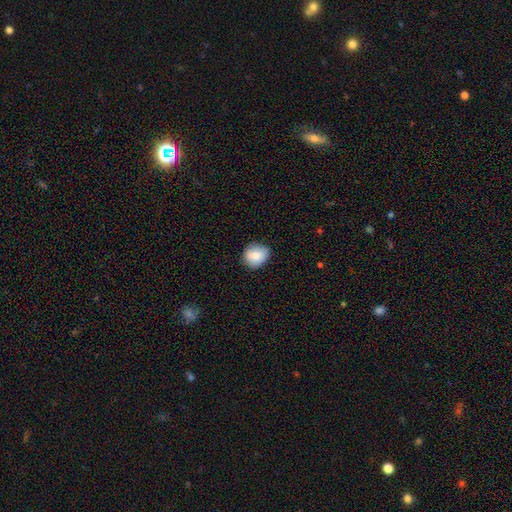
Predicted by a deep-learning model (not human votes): Overall: smooth (83%). How rounded: round (75%). Merging: none (78%).